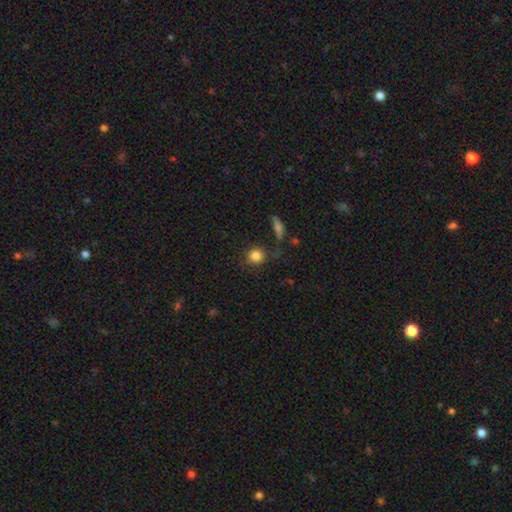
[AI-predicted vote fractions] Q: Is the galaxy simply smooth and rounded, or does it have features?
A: smooth — 84%.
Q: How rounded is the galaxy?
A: round — 89%.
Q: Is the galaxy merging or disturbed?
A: none — 79%.